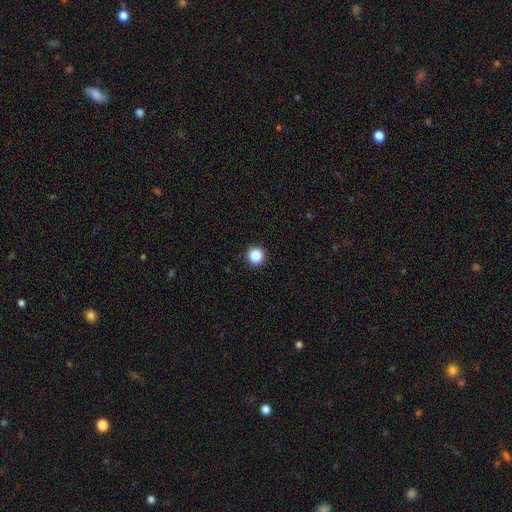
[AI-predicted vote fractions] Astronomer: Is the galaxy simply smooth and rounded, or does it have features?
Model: smooth — 87%.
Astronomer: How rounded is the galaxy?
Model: round — 95%.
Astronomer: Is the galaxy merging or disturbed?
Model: none — 93%.